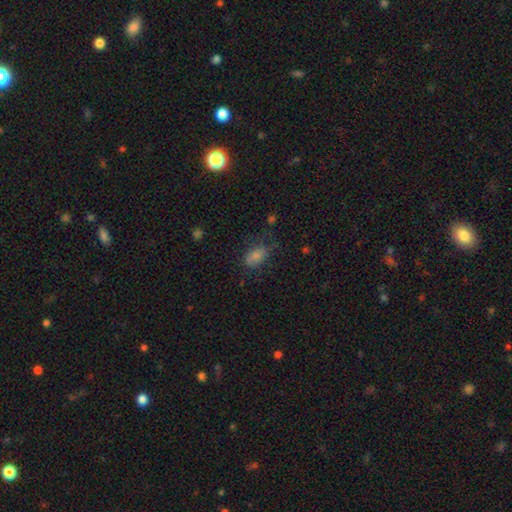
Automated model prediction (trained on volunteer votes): Smooth or featured: smooth — 68% (star or artifact — 18%)
How rounded: in between — 85% (round — 11%)
Merging: none — 62% (minor disturbance — 24%)